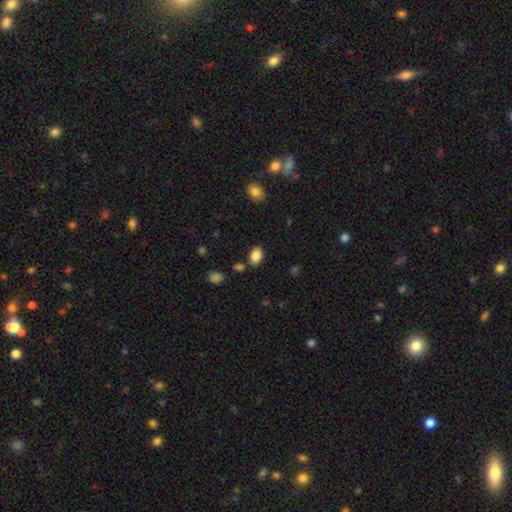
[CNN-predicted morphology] The model was most divided on "merging": none: 80%, minor disturbance: 12%, merger: 6%, major disturbance: 3%. More confident: how rounded — in between (87%); smooth or featured — smooth (87%).